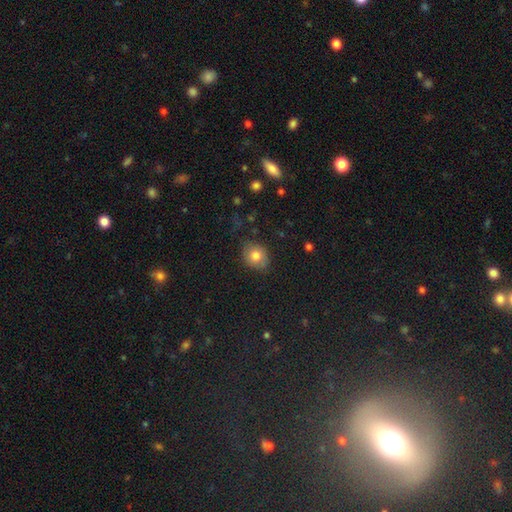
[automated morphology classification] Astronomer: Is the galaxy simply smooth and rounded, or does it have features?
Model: smooth — 79%.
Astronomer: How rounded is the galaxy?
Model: round — 66%.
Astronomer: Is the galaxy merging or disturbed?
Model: none — 76%.